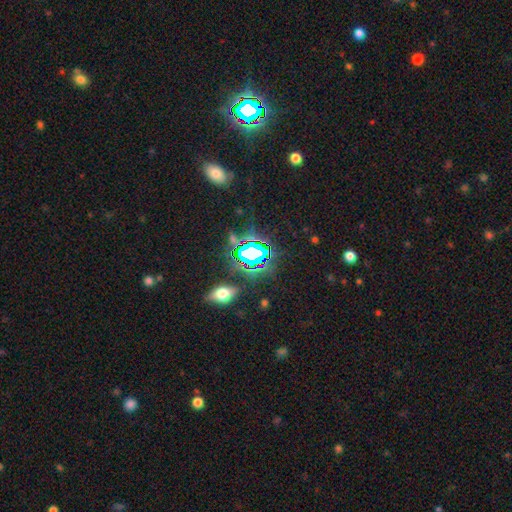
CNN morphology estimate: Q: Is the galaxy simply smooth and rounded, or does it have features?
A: star or artifact — 70%.